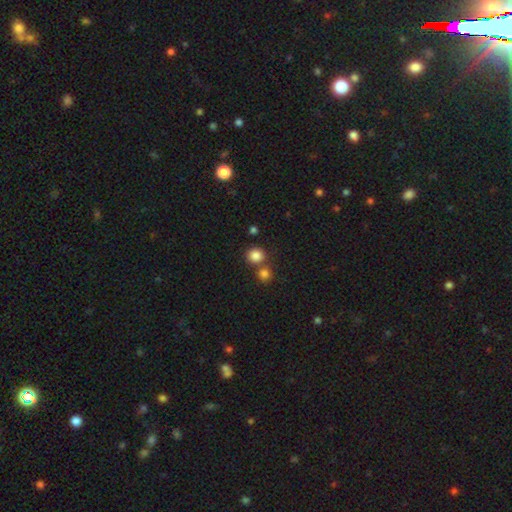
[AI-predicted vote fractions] A smooth galaxy with no disk features (83%) that is round (87%).

Vote fractions:
- Smooth or featured? smooth: 83% / star or artifact: 12% / featured or disk: 5%
- How rounded? round: 87% / in between: 12% / cigar-shaped: 1%
- Merging? none: 67% / merger: 23% / minor disturbance: 7% / major disturbance: 3%